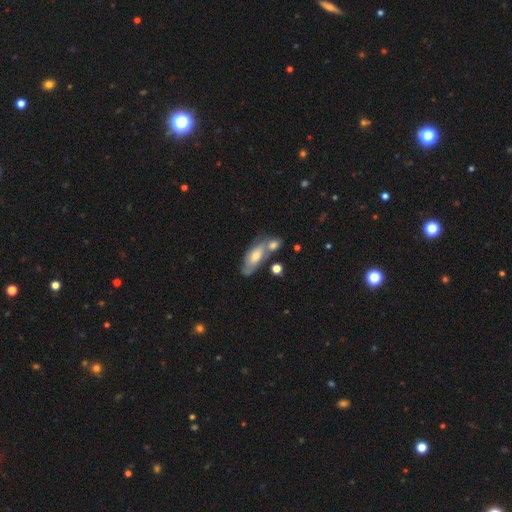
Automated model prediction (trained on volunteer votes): featured or disk 47%, smooth 45%, star or artifact 8%. Down the decision tree: merging — none (46%).